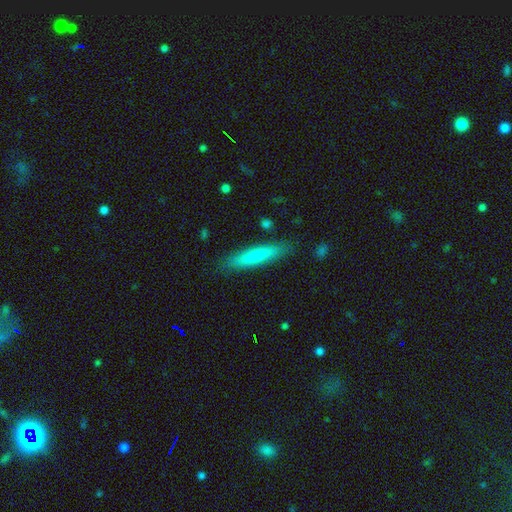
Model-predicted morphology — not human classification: This appears to be a smooth galaxy with no disk features (64%) that is cigar-shaped (90%). Merging: none (88%).